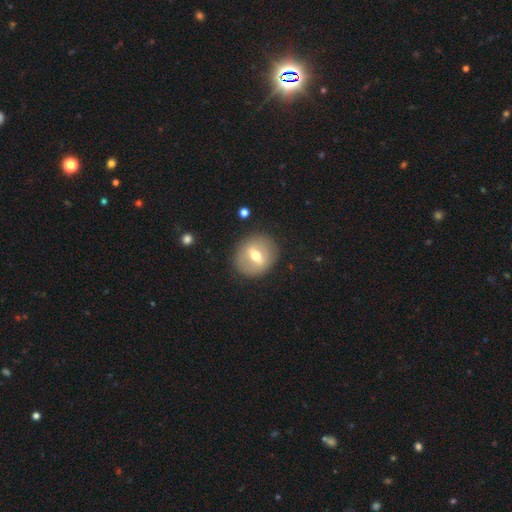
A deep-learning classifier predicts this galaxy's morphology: This appears to be a featured or disk galaxy (50%). Merging: none (87%).